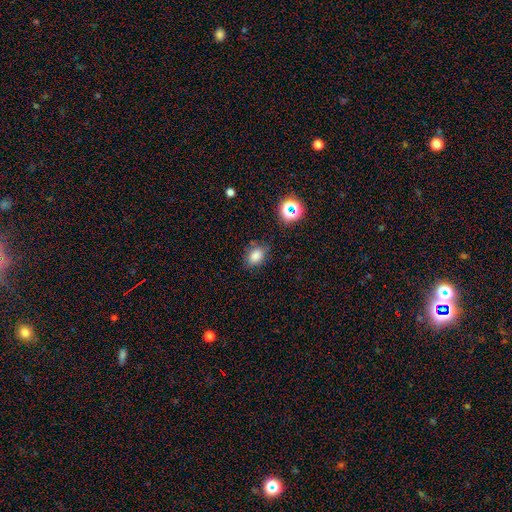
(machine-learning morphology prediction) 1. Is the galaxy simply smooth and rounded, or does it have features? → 80% smooth, 14% star or artifact, 6% featured or disk.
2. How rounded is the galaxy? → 71% in between, 27% round, 1% cigar-shaped.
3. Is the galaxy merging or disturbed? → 77% none, 16% minor disturbance, 4% major disturbance, 3% merger.